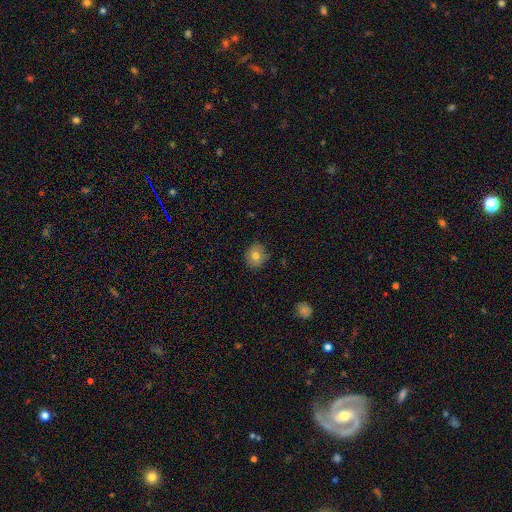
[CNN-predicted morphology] smooth-or-featured: smooth: 76% | featured or disk: 14% | star or artifact: 10%
  how-rounded: round: 80% | in between: 19% | cigar-shaped: 1%
  merging: none: 85% | minor disturbance: 12% | major disturbance: 2% | merger: 1%